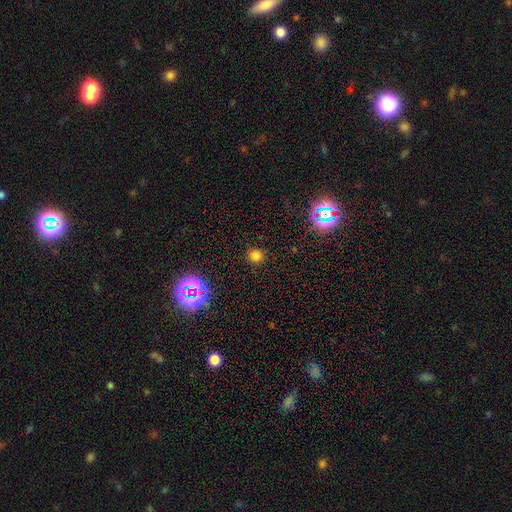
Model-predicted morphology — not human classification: smooth 75%, star or artifact 20%, featured or disk 5%. Down the decision tree: how rounded — round (92%); merging — none (90%).